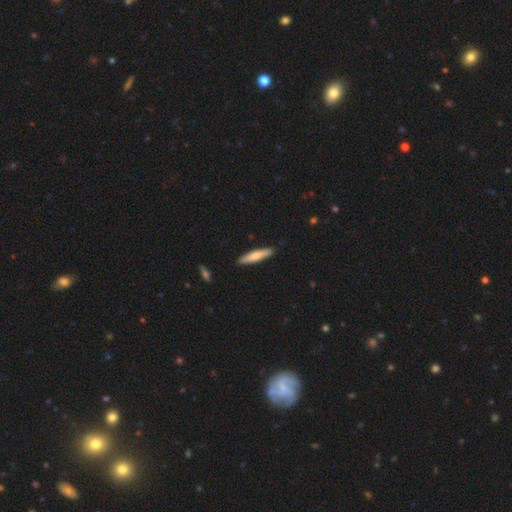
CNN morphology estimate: smooth_or_featured: smooth (p=0.69) [alt: featured or disk p=0.26]
how_rounded: cigar-shaped (p=0.86) [alt: in between p=0.13]
merging: none (p=0.89) [alt: minor disturbance p=0.08]